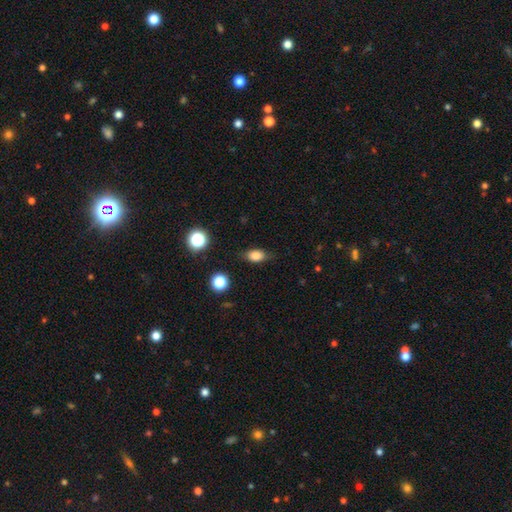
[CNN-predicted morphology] smooth-or-featured: smooth: 82% | star or artifact: 10% | featured or disk: 7%
  how-rounded: in between: 80% | round: 16% | cigar-shaped: 4%
  merging: none: 77% | minor disturbance: 17% | major disturbance: 4% | merger: 2%